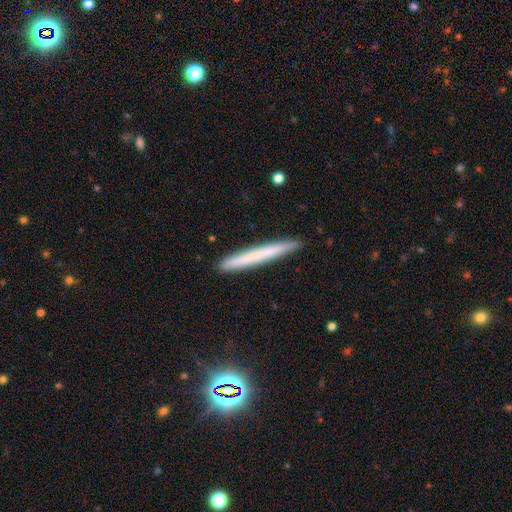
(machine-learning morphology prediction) Smooth or featured? smooth (62%)
How rounded? cigar-shaped (97%)
Merging? none (91%)